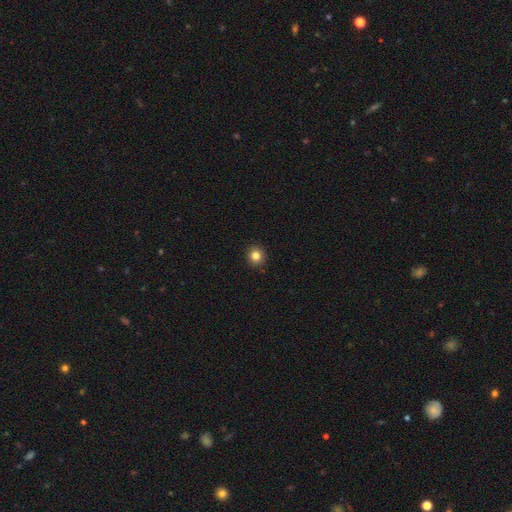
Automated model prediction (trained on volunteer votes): Morphology: type=smooth (83%); roundness=round (92%); merging=none (93%).